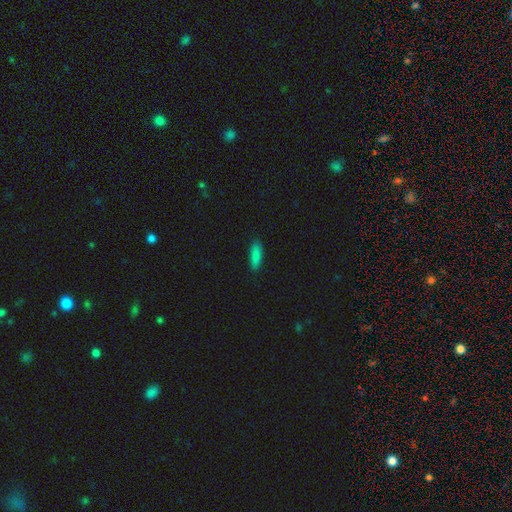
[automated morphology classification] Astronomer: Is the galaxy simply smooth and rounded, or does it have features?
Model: smooth — 87%.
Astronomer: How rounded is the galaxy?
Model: cigar-shaped — 51% (runner-up: in between, 47%).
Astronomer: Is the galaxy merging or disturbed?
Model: none — 88%.